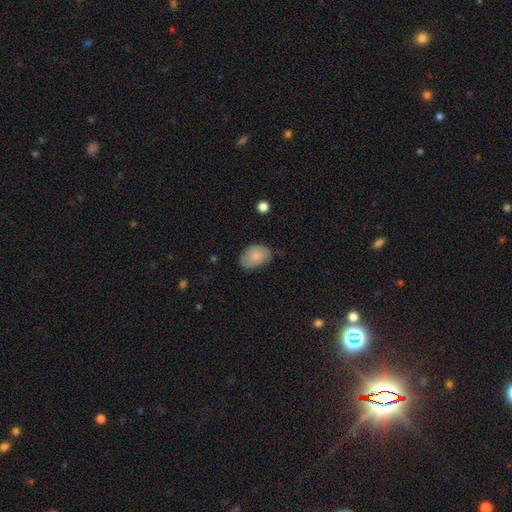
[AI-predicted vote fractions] Smooth or featured? smooth (72%)
How rounded? in between (84%)
Merging? none (66%)